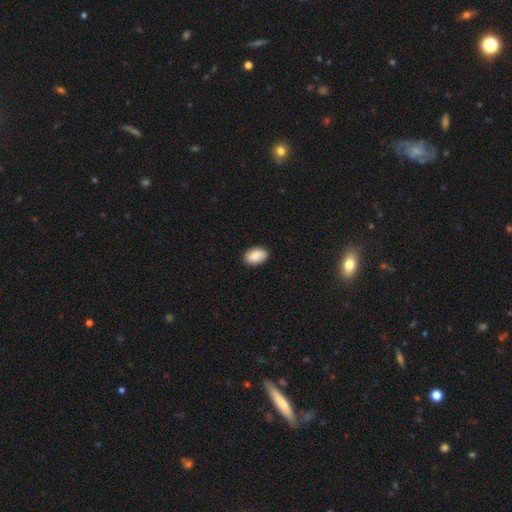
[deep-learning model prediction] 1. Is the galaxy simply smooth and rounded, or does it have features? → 89% smooth, 6% star or artifact, 5% featured or disk.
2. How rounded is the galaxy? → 90% in between, 9% round, 1% cigar-shaped.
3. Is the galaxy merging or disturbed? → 90% none, 8% minor disturbance, 2% major disturbance, 1% merger.